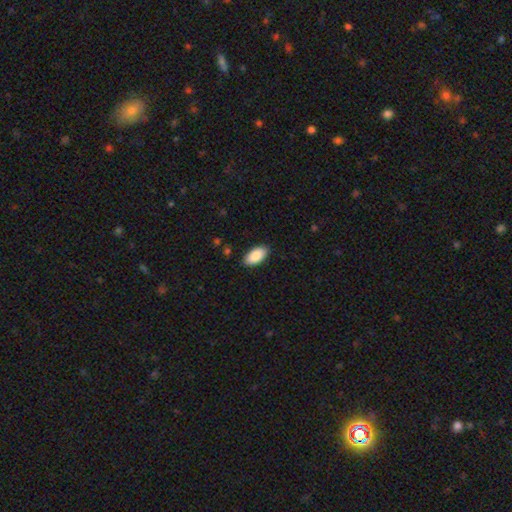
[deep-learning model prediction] A smooth galaxy with no disk features (89%) that is in between round and cigar-shaped (95%). Merging: none (88%).